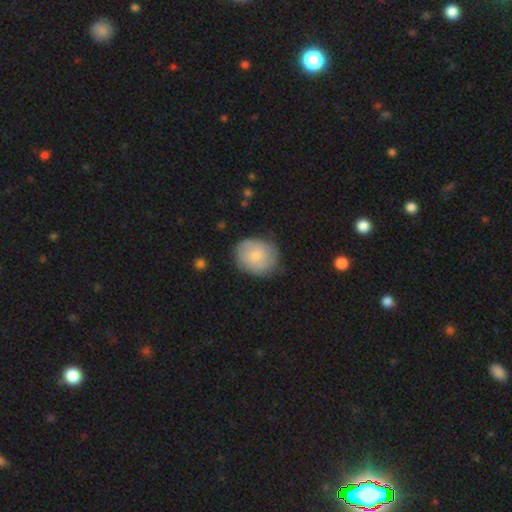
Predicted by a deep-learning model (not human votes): Q: Smooth or featured?
A: smooth (57%); runner-up: featured or disk (36%)
Q: How rounded?
A: round (68%); runner-up: in between (31%)
Q: Merging?
A: none (75%); runner-up: minor disturbance (18%)